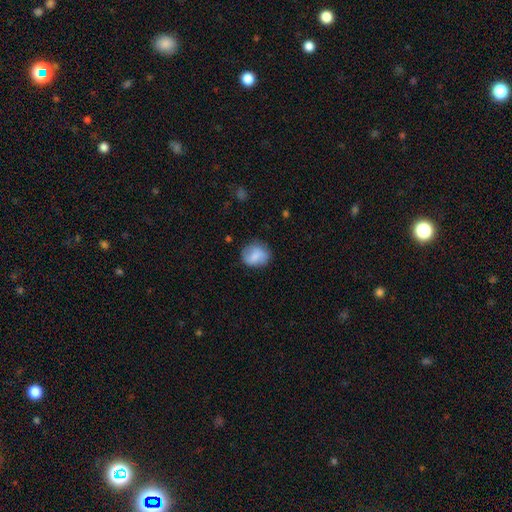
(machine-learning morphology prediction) This is likely a smooth galaxy (71%). How rounded: likely round (63%). Merging: likely none (73%).